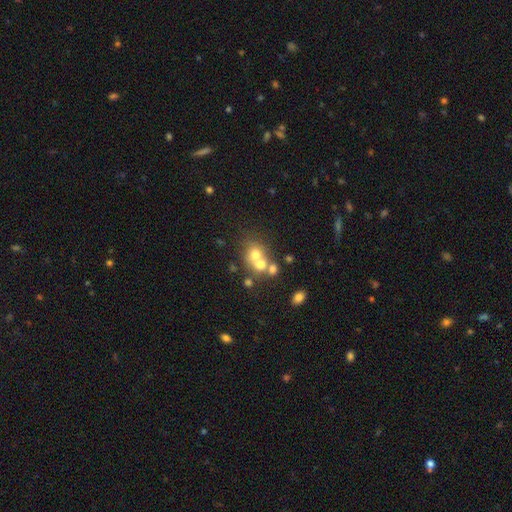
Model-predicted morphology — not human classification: Smooth or featured: smooth — 64% (featured or disk — 21%)
How rounded: round — 74% (in between — 25%)
Merging: merger — 54% (none — 35%)